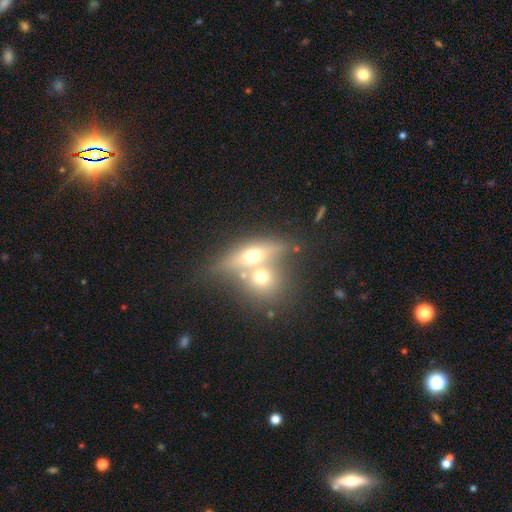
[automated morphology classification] Smooth or featured? Predicted: smooth (p=0.54). How rounded? Predicted: in between (p=0.54). Merging? Predicted: merger (p=0.63).